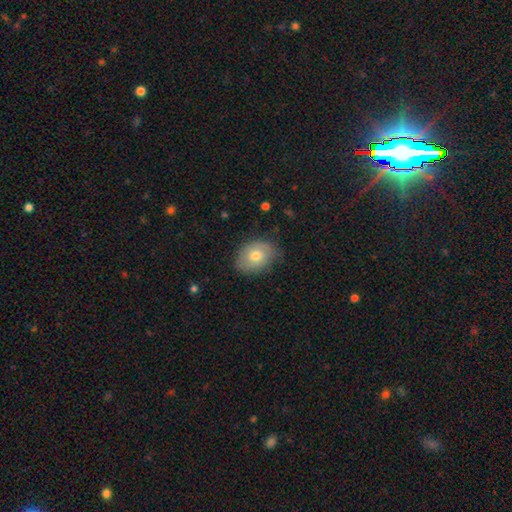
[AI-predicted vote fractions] Smooth or featured? Predicted: smooth (p=0.72). How rounded? Predicted: in between (p=0.67). Merging? Predicted: none (p=0.74).